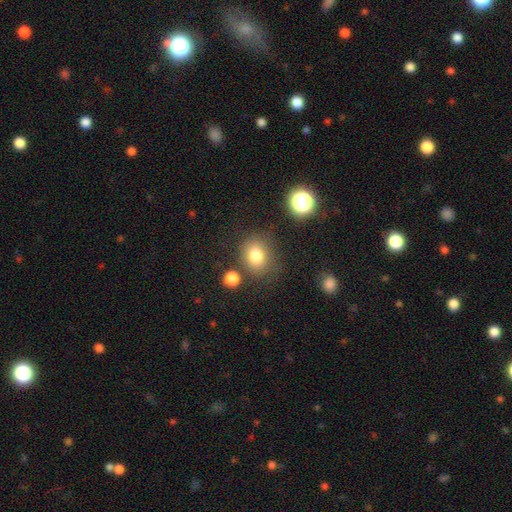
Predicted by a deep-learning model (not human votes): This is likely a smooth galaxy (79%). How rounded: likely round (64%). Merging: likely none (75%).